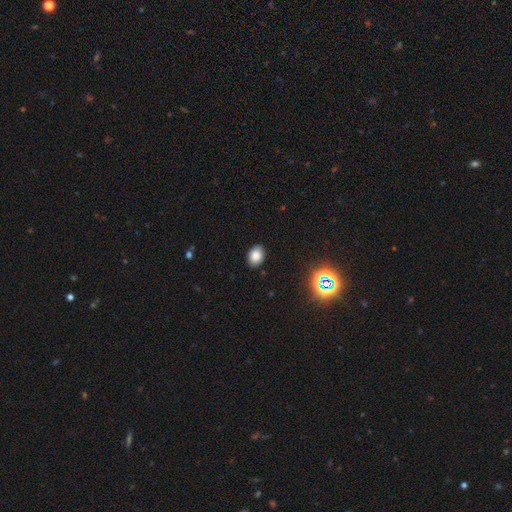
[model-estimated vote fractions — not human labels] The model was most divided on "how rounded": in between: 74%, round: 25%, cigar-shaped: 1%. More confident: merging — none (89%); smooth or featured — smooth (82%).